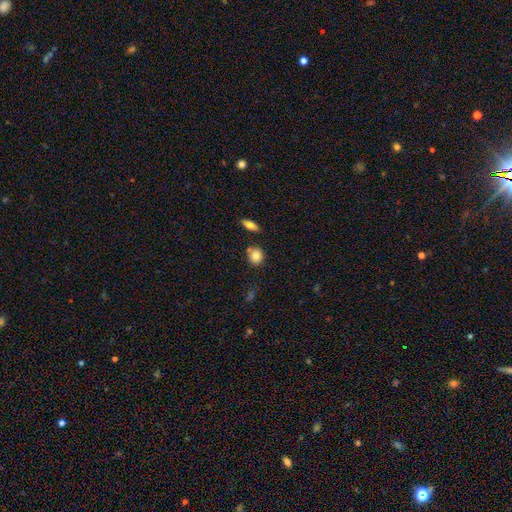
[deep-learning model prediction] This appears to be a smooth galaxy with no disk features (83%) that is round (72%). Merging: none (75%).